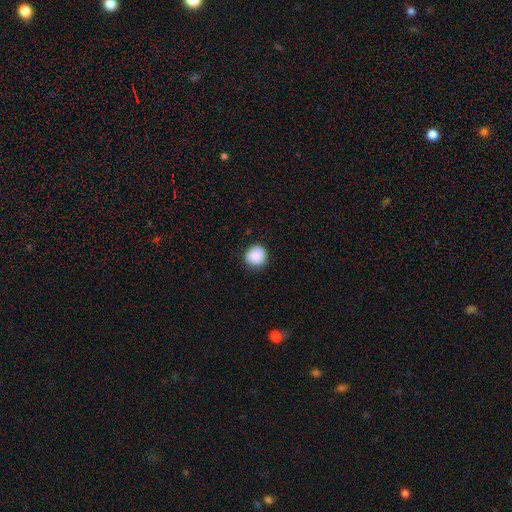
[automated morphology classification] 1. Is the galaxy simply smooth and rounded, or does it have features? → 88% smooth, 8% star or artifact, 4% featured or disk.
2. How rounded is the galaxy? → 90% round, 9% in between, 1% cigar-shaped.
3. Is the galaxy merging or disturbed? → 85% none, 11% minor disturbance, 2% major disturbance, 1% merger.